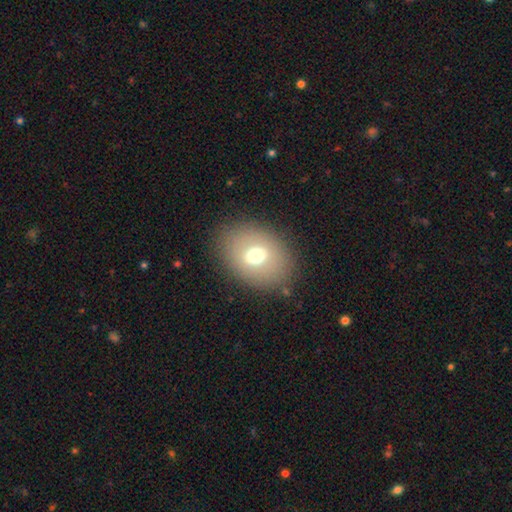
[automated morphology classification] A smooth galaxy with no disk features (66%) that is in between round and cigar-shaped (69%). Merging: none (84%).